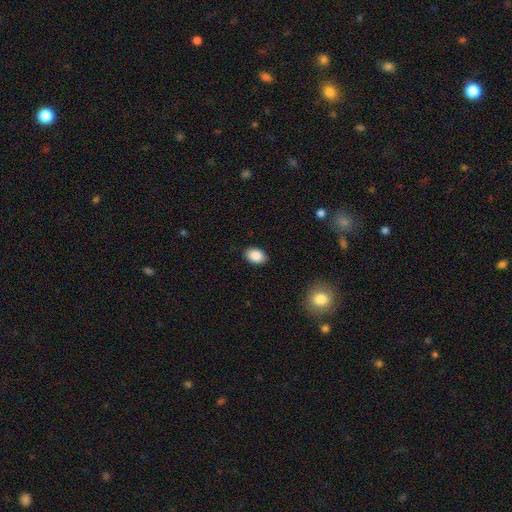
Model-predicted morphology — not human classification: Smooth or featured? Predicted: smooth (p=0.89). How rounded? Predicted: in between (p=0.86). Merging? Predicted: none (p=0.88).